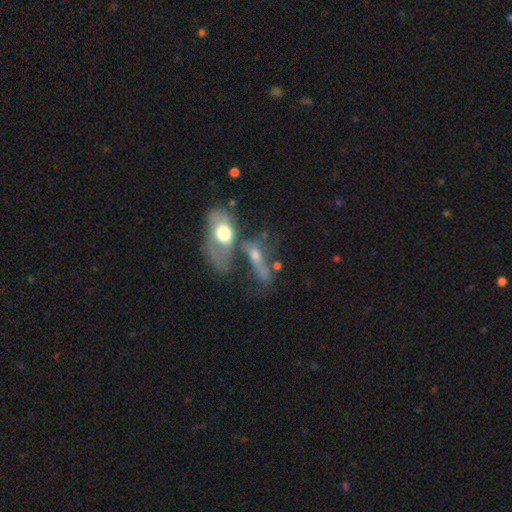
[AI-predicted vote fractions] Smooth or featured? featured or disk (51%)
Edge-on disk? no (70%)
Merging? merger (50%)